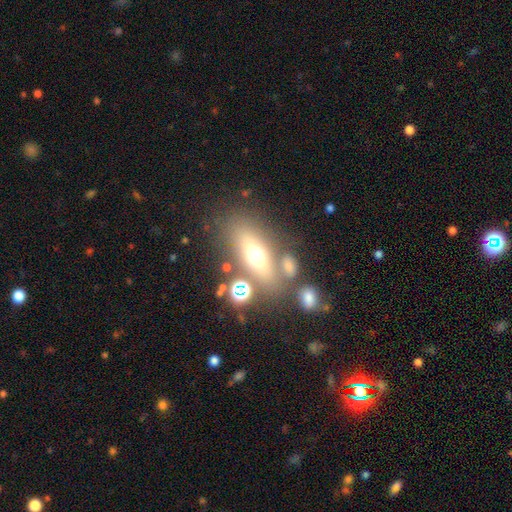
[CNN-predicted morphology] smooth-or-featured: smooth: 52% | featured or disk: 33% | star or artifact: 15%
  how-rounded: in between: 63% | cigar-shaped: 27% | round: 10%
  merging: none: 64% | merger: 14% | minor disturbance: 13% | major disturbance: 8%